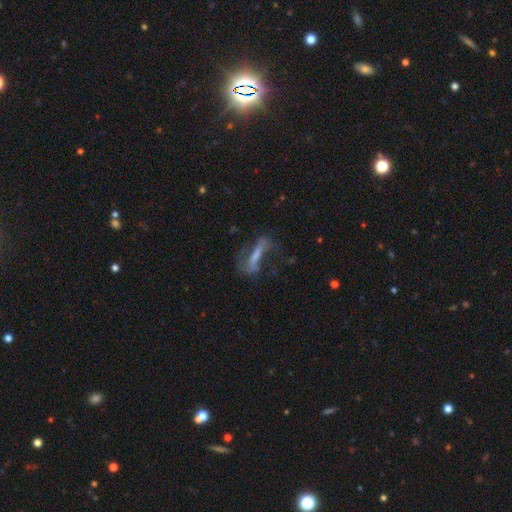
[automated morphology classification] This is possibly a featured or disk galaxy (59%). It is likely not viewed edge-on (65%). Merging: possibly none (49%).